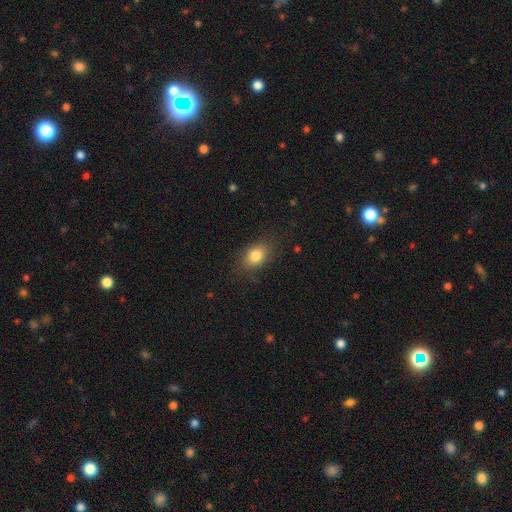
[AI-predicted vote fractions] The model was most divided on "how rounded": in between: 70%, round: 28%, cigar-shaped: 2%. More confident: smooth or featured — smooth (83%); merging — none (79%).